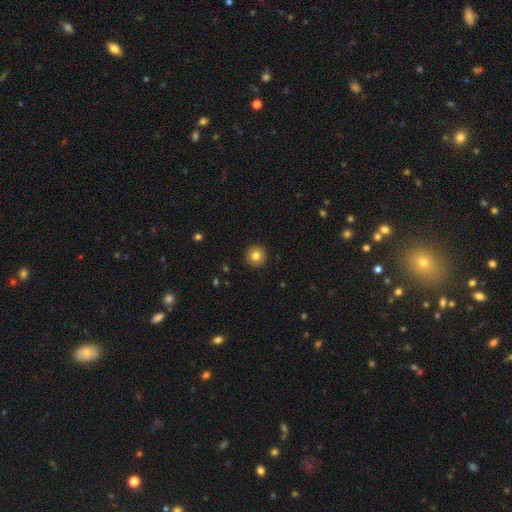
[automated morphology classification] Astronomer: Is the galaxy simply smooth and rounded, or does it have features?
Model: smooth — 82%.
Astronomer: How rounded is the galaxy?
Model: round — 96%.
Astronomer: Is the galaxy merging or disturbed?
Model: none — 93%.